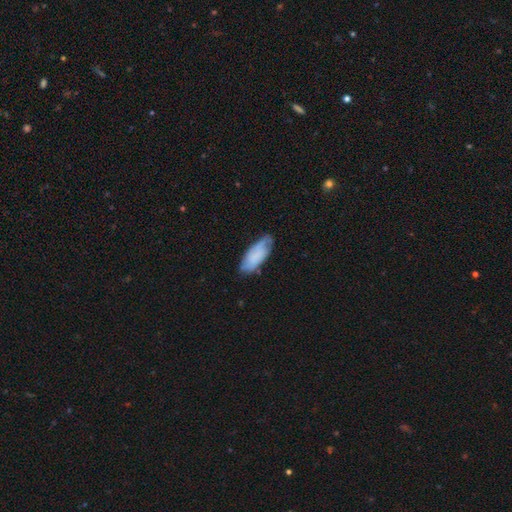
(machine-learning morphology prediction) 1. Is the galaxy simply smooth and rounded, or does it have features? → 68% smooth, 25% featured or disk, 7% star or artifact.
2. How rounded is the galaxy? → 79% in between, 19% cigar-shaped, 2% round.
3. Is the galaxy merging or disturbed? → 64% none, 27% minor disturbance, 7% major disturbance, 2% merger.